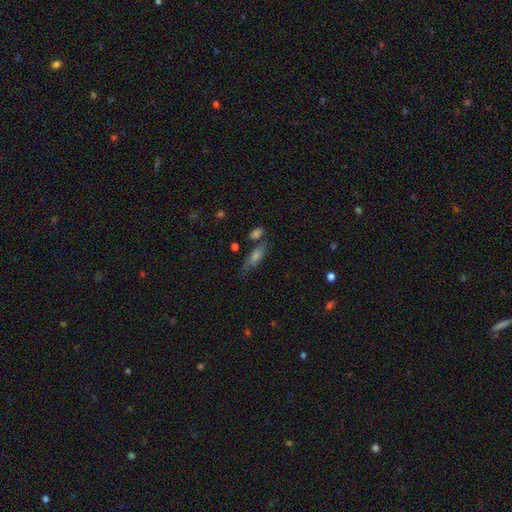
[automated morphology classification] Q: Smooth or featured?
A: smooth (47%); runner-up: featured or disk (36%)
Q: Merging?
A: none (62%); runner-up: minor disturbance (17%)